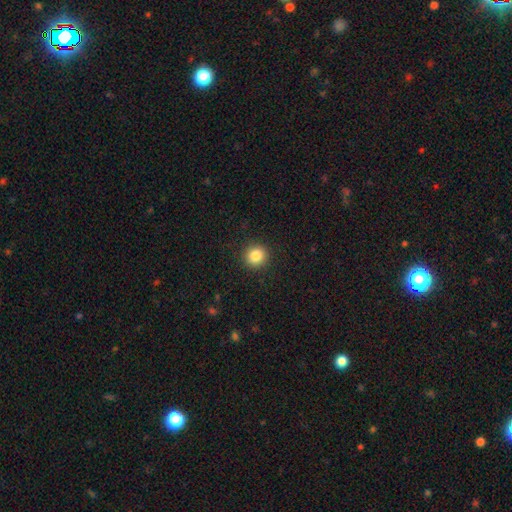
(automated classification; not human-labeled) Smooth or featured? smooth (85%)
How rounded? round (93%)
Merging? none (92%)